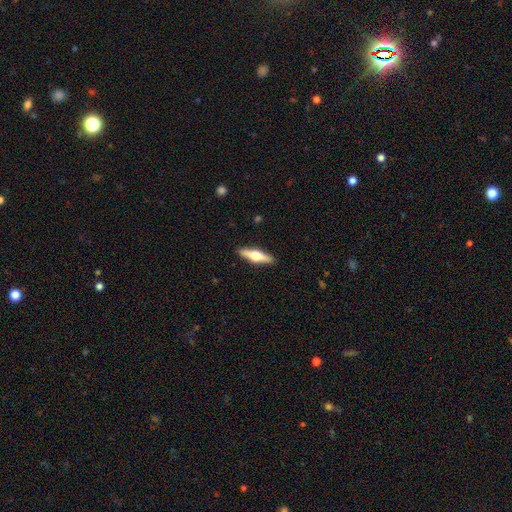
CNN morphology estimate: A featured or disk galaxy (58%) viewed edge-on (95%) with a rounded central bulge (95%).

Vote fractions:
- Smooth or featured? featured or disk: 58% / smooth: 37% / star or artifact: 5%
- Edge-on disk? yes: 95% / no: 5%
- Edge-on bulge? rounded: 95% / boxy: 3% / none: 2%
- Merging? none: 91% / minor disturbance: 7% / major disturbance: 2% / merger: 1%